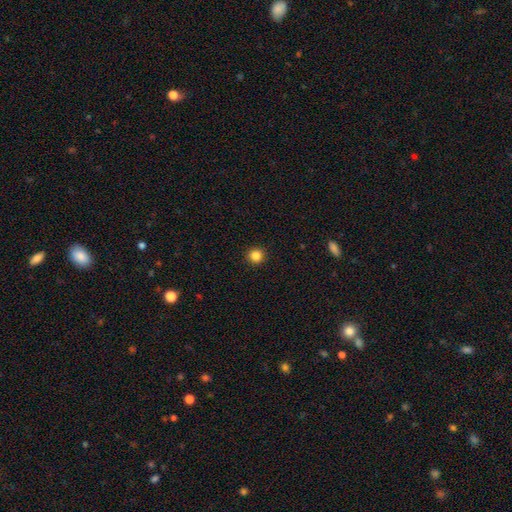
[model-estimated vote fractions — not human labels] Smooth or featured: smooth — 84% (star or artifact — 12%)
How rounded: round — 95% (in between — 4%)
Merging: none — 93% (minor disturbance — 4%)